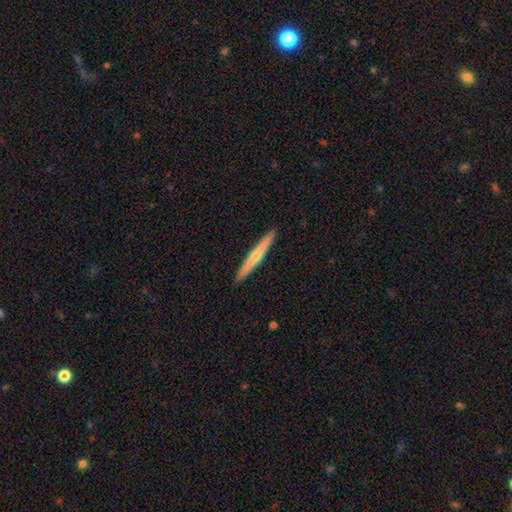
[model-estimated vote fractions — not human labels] Morphology: type=featured or disk (52%); edge-on=yes (97%); edge-on bulge=rounded (66%); merging=none (93%).